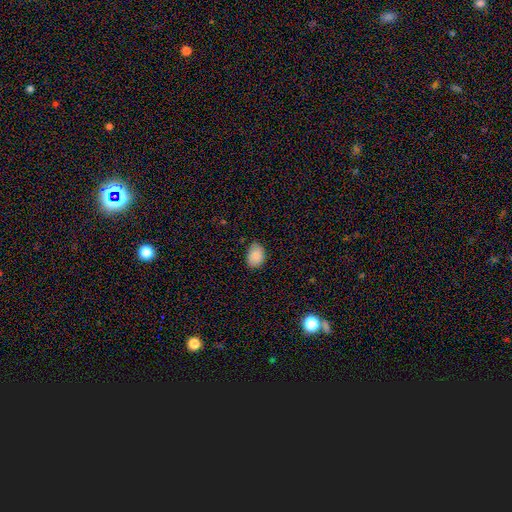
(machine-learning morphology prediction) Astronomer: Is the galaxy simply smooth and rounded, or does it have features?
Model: smooth — 87%.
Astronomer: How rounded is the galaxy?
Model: in between — 73%.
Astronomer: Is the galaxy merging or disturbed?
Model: none — 74%.